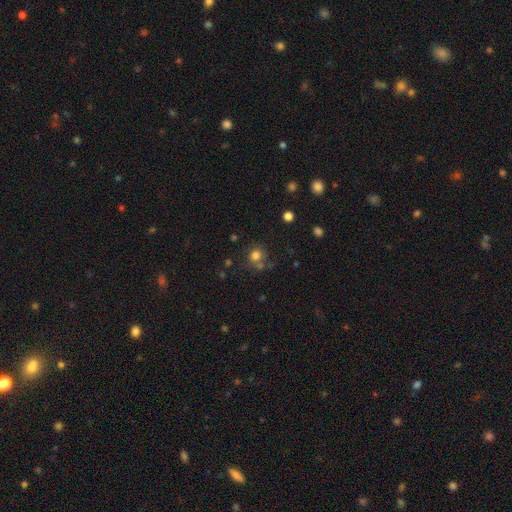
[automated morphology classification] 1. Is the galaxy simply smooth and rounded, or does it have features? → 77% smooth, 14% star or artifact, 9% featured or disk.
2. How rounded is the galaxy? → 85% round, 14% in between, 1% cigar-shaped.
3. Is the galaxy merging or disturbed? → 62% none, 16% merger, 14% minor disturbance, 8% major disturbance.